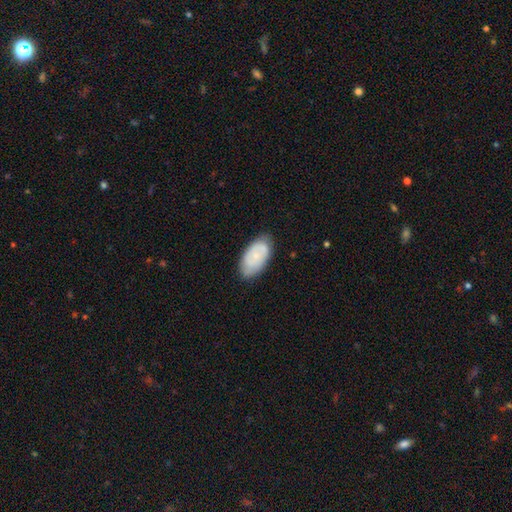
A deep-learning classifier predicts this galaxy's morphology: Smooth or featured: smooth — 56% (featured or disk — 38%)
How rounded: in between — 94% (round — 3%)
Merging: none — 81% (minor disturbance — 15%)